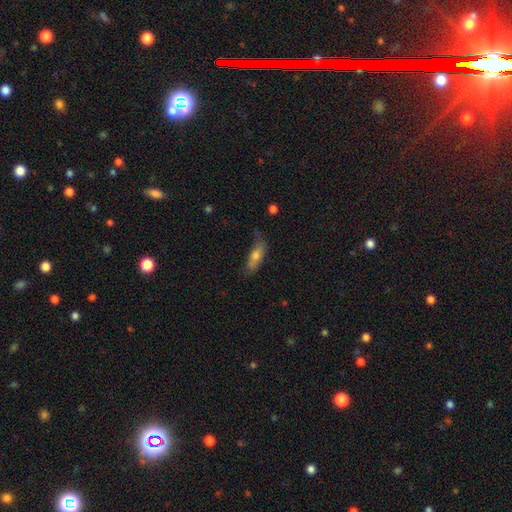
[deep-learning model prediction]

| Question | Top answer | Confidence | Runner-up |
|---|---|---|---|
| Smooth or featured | smooth | 65% | featured or disk (28%) |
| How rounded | in between | 55% | cigar-shaped (42%) |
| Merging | none | 60% | minor disturbance (29%) |